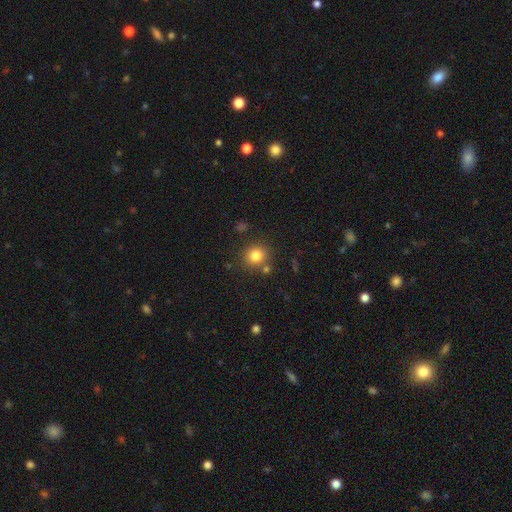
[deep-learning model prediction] Smooth or featured? Predicted: smooth (p=0.81). How rounded? Predicted: round (p=0.89). Merging? Predicted: none (p=0.79).